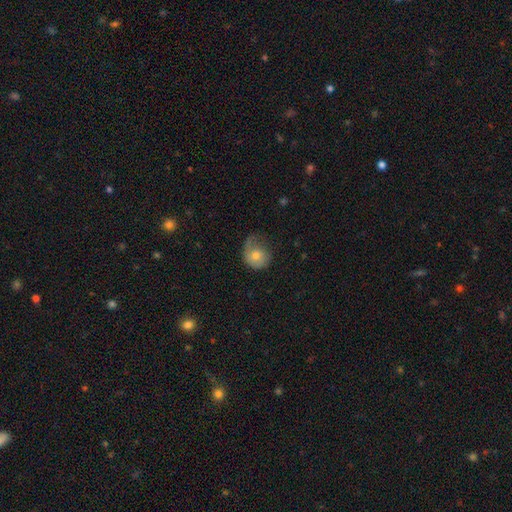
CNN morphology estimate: type=smooth (55%); roundness=round (68%); merging=none (37%).